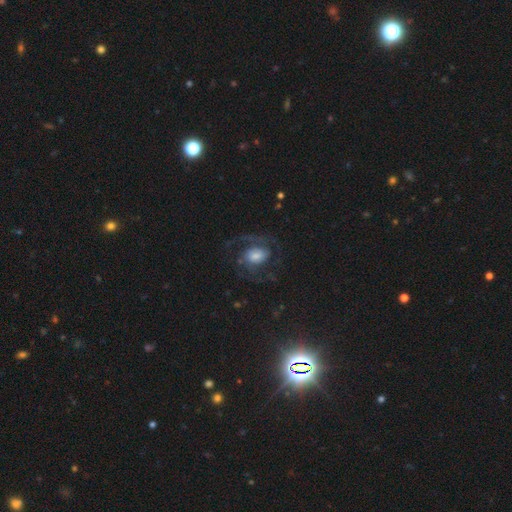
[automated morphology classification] type=featured or disk (79%); edge-on=no (98%); bar=no (53%); spiral arms=yes (94%); winding=medium (51%); arm count=2 (65%); bulge=moderate (33%, tied with large); merging=none (64%).